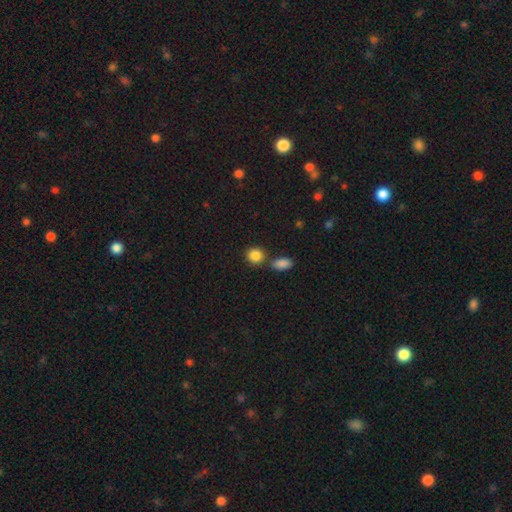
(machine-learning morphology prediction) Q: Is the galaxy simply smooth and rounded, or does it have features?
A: smooth — 87%.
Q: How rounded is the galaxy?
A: round — 78%.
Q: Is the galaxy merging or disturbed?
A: none — 69%.